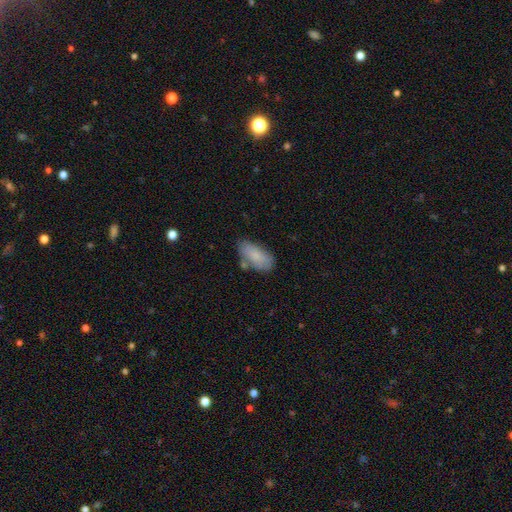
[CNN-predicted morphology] The model was most divided on "merging": none: 65%, minor disturbance: 22%, merger: 8%, major disturbance: 5%. More confident: how rounded — in between (90%); smooth or featured — smooth (81%).